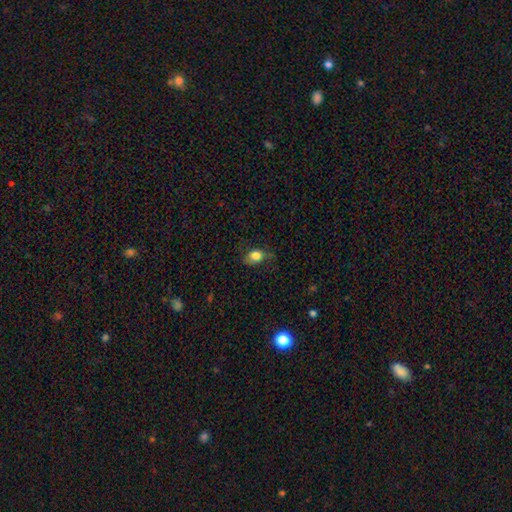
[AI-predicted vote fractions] Smooth or featured? smooth (78%)
How rounded? in between (69%)
Merging? none (62%)